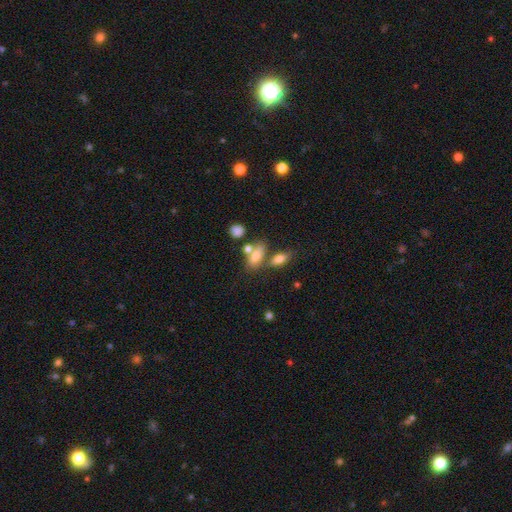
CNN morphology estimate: A smooth galaxy with no disk features (75%) that is in between round and cigar-shaped (80%).

Vote fractions:
- Smooth or featured? smooth: 75% / featured or disk: 15% / star or artifact: 11%
- How rounded? in between: 80% / cigar-shaped: 11% / round: 10%
- Merging? none: 48% / merger: 31% / minor disturbance: 14% / major disturbance: 7%